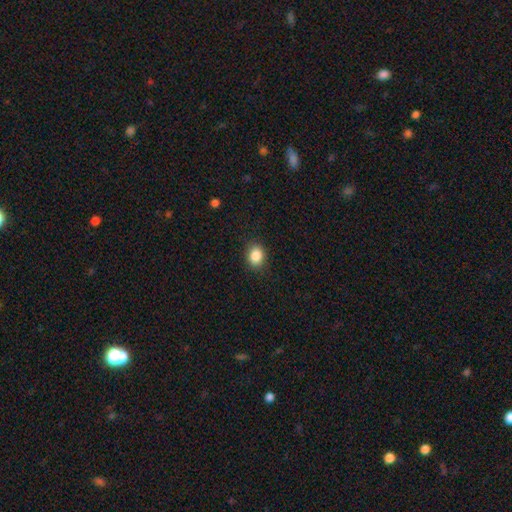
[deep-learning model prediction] Morphology: type=smooth (87%); roundness=round (52%); merging=none (87%).